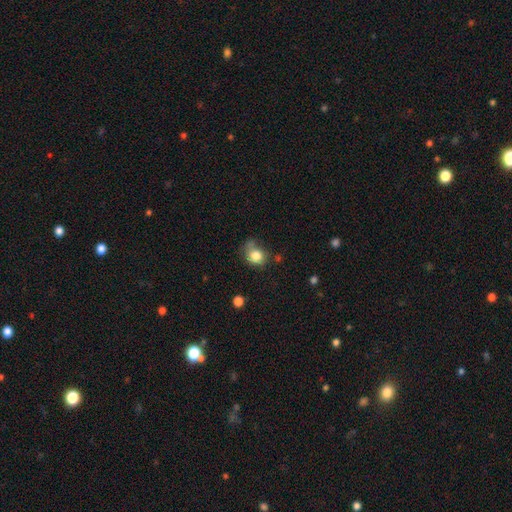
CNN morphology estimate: A smooth galaxy with no disk features (81%) that is round (71%).

Vote fractions:
- Smooth or featured? smooth: 81% / star or artifact: 10% / featured or disk: 9%
- How rounded? round: 71% / in between: 28% / cigar-shaped: 1%
- Merging? none: 52% / minor disturbance: 26% / major disturbance: 11% / merger: 11%